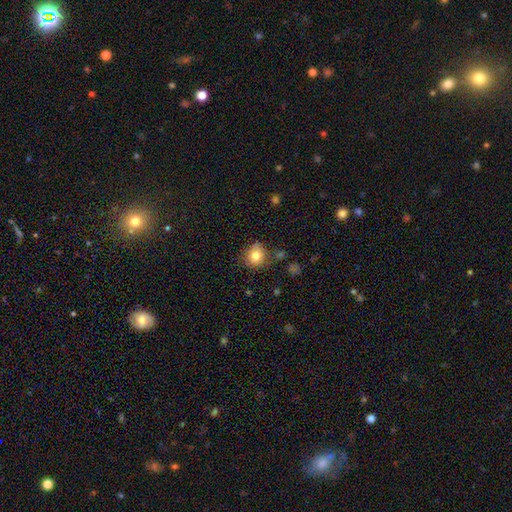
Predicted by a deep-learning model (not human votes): smooth_or_featured: smooth (p=0.82) [alt: star or artifact p=0.10]
how_rounded: round (p=0.82) [alt: in between p=0.17]
merging: none (p=0.69) [alt: minor disturbance p=0.20]